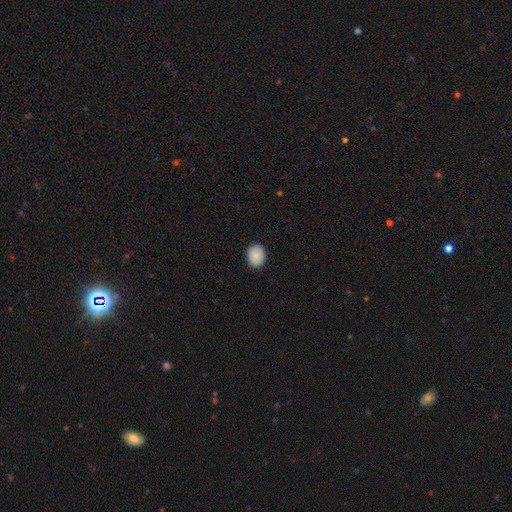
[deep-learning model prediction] Smooth or featured? Predicted: smooth (p=0.89). How rounded? Predicted: in between (p=0.55). Merging? Predicted: none (p=0.89).